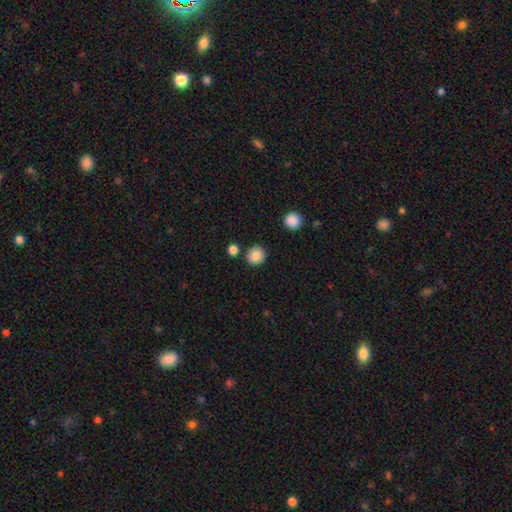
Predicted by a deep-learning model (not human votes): This appears to be a smooth galaxy with no disk features (85%) that is round (92%). Merging: none (86%).